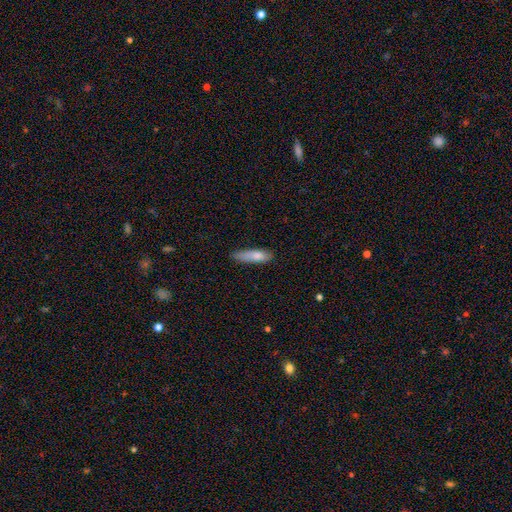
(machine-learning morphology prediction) smooth 80%, featured or disk 13%, star or artifact 6%. Down the decision tree: how rounded — cigar-shaped (62%); merging — none (62%).